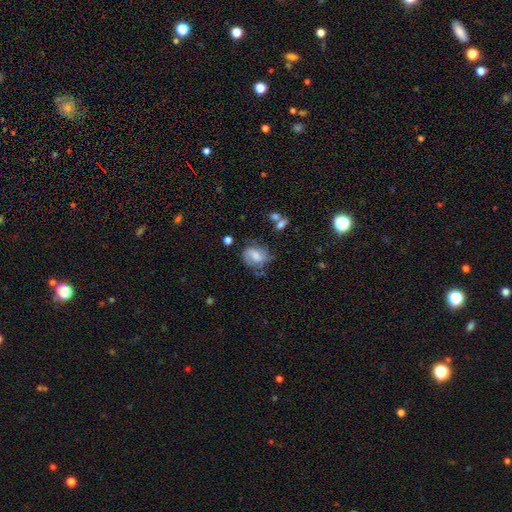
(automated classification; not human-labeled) Smooth or featured: smooth — 46% (featured or disk — 45%)
Merging: none — 51% (minor disturbance — 28%)